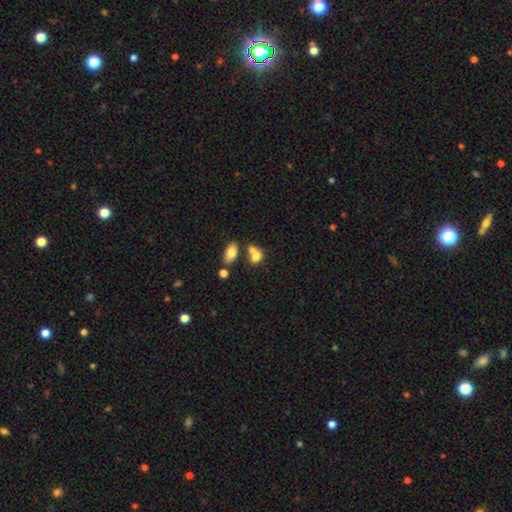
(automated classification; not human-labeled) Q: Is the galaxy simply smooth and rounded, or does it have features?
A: smooth — 75%.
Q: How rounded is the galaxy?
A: in between — 72%.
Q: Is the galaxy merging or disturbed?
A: merger — 51%.